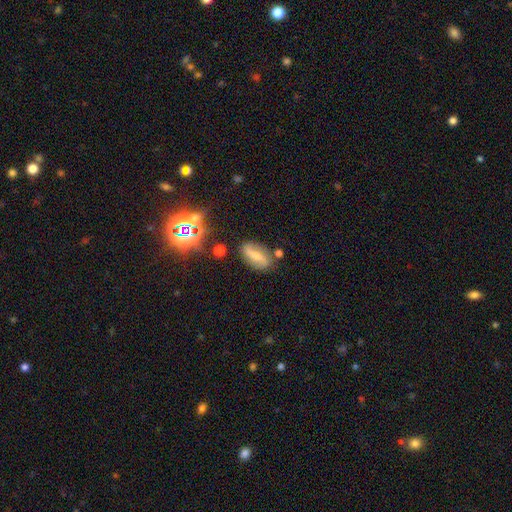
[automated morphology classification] The model was most divided on "smooth or featured": featured or disk: 46%, smooth: 42%, star or artifact: 12%. More confident: merging — none (72%).